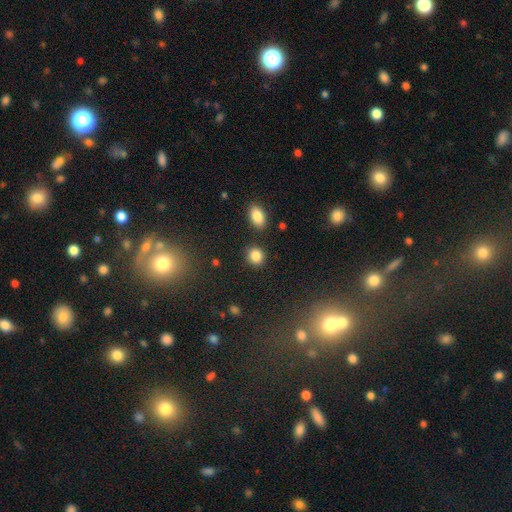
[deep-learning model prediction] Smooth or featured? smooth (85%)
How rounded? round (75%)
Merging? none (83%)